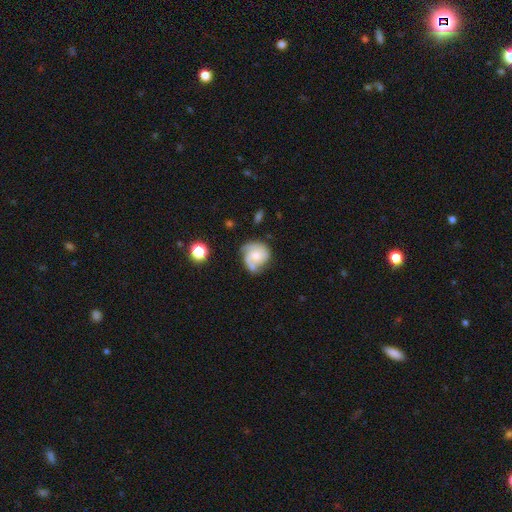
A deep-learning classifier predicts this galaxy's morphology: A featured or disk galaxy (68%) with no bar (71%), 2 (43%) tight (45%) spiral arms (89%) and a moderate central bulge (44%).

Vote fractions:
- Smooth or featured? featured or disk: 68% / smooth: 25% / star or artifact: 7%
- Edge-on disk? no: 98% / yes: 2%
- Bar? no: 71% / weak: 25% / strong: 4%
- Spiral arms? yes: 89% / no: 11%
- Spiral winding? tight: 45% / medium: 40% / loose: 16%
- Spiral arm count? 2: 43% / 3: 20% / can't tell: 19% / 1: 11% / 4: 3% / more than 4: 3%
- Bulge size? moderate: 44% / small: 40% / none: 9% / large: 6% / dominant: 2%
- Merging? none: 51% / minor disturbance: 26% / major disturbance: 15% / merger: 7%